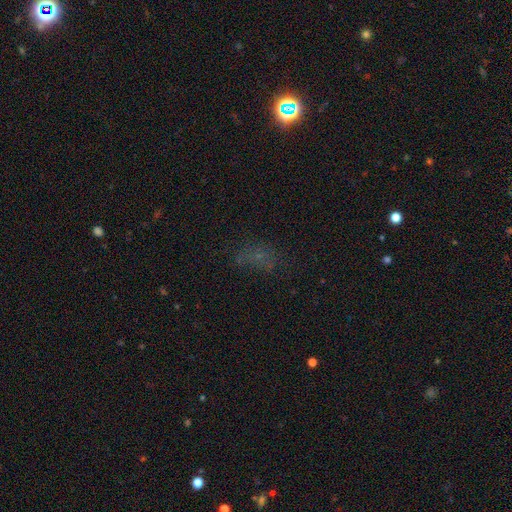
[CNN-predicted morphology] This appears to be a smooth galaxy with no disk features (43%). Merging: none (61%).